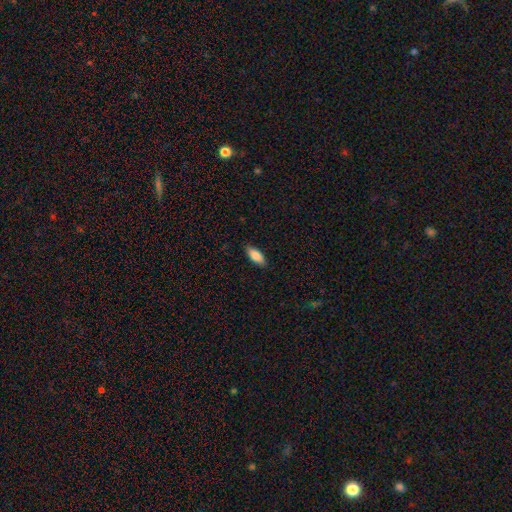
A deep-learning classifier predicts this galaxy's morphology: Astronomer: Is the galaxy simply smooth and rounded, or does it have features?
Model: smooth — 86%.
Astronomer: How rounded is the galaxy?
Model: in between — 80%.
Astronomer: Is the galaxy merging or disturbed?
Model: none — 87%.